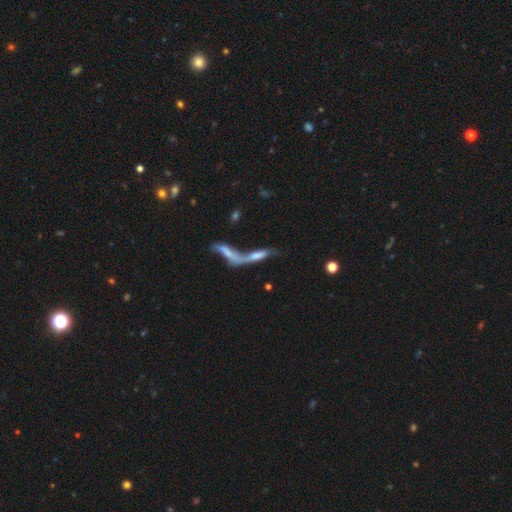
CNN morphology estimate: Smooth or featured?
  - featured or disk: 51% *
  - smooth: 36%
  - star or artifact: 14%
Edge-on disk?
  - no: 60% *
  - yes: 40%
Merging?
  - merger: 69% *
  - none: 15%
  - major disturbance: 10%
  - minor disturbance: 6%